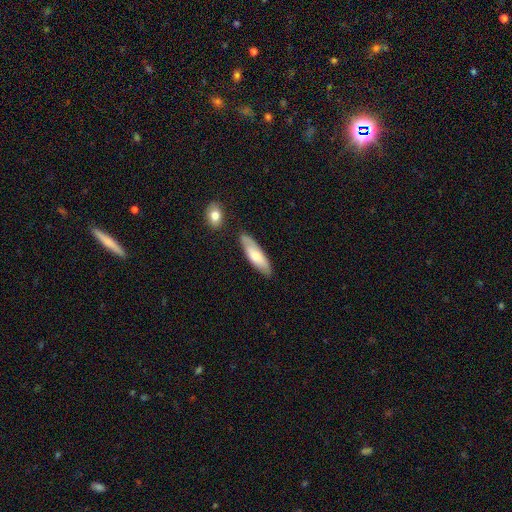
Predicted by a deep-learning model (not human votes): This appears to be a smooth galaxy with no disk features (70%) that is cigar-shaped (55%). Merging: none (78%).